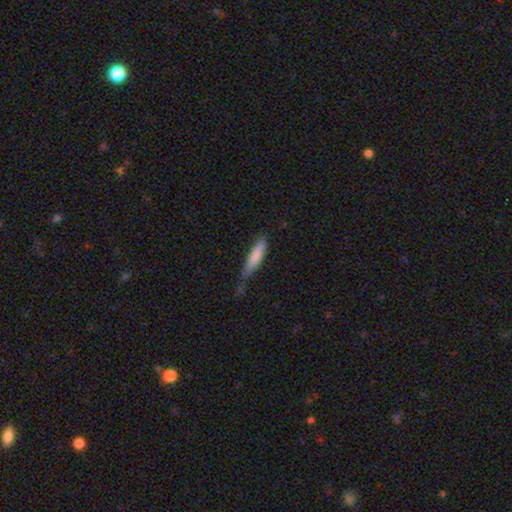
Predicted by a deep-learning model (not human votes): smooth 80%, featured or disk 14%, star or artifact 6%. Down the decision tree: how rounded — cigar-shaped (78%); merging — none (44%).